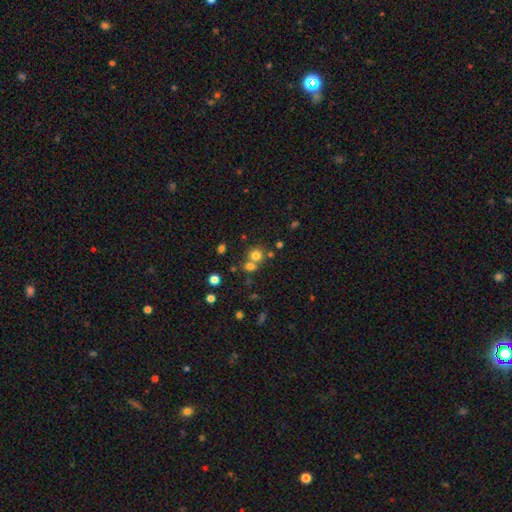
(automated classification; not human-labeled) Smooth or featured?
  - smooth: 73% *
  - star or artifact: 17%
  - featured or disk: 10%
How rounded?
  - round: 87% *
  - in between: 12%
  - cigar-shaped: 1%
Merging?
  - none: 52% *
  - merger: 39%
  - minor disturbance: 6%
  - major disturbance: 3%